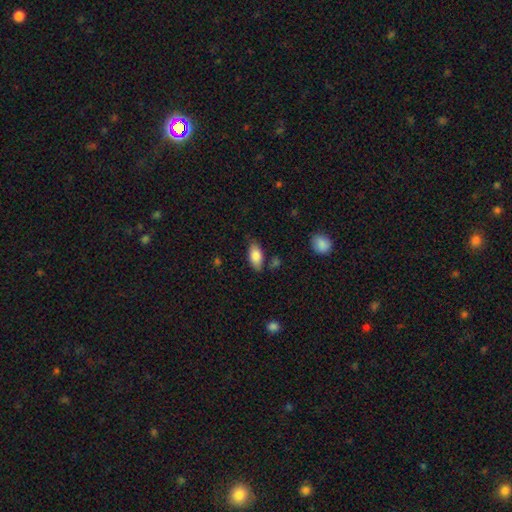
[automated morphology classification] A smooth galaxy with no disk features (83%) that is in between round and cigar-shaped (91%). Merging: none (73%).